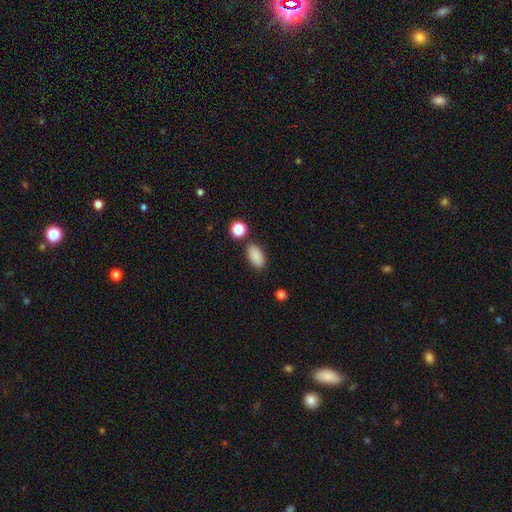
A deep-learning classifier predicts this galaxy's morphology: Q: Smooth or featured?
A: smooth (88%); runner-up: star or artifact (8%)
Q: How rounded?
A: in between (92%); runner-up: round (5%)
Q: Merging?
A: none (83%); runner-up: minor disturbance (10%)